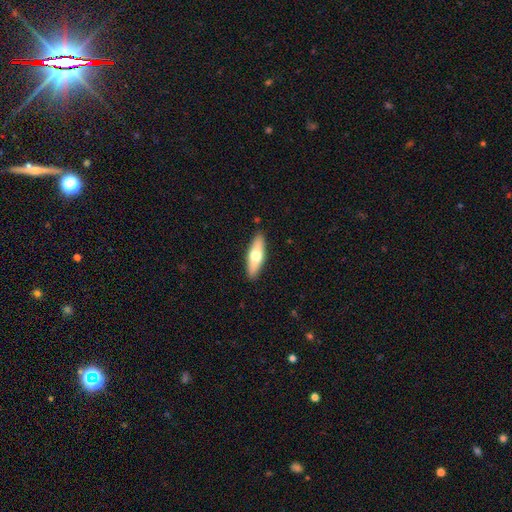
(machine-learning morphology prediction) This is possibly a smooth galaxy (59%). How rounded: possibly in between (52%). Merging: clearly none (89%).